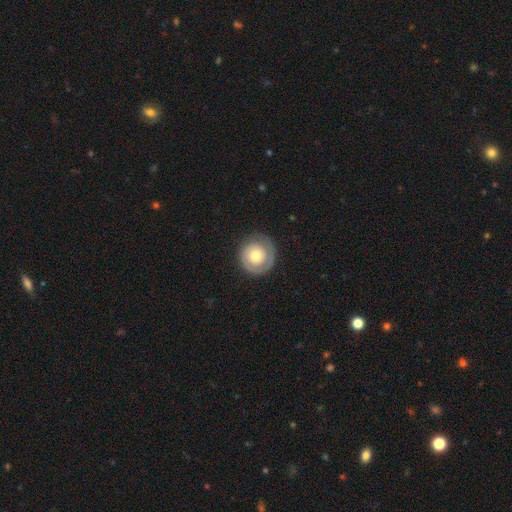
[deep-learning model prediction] A featured or disk galaxy (48%). Merging: none (79%).